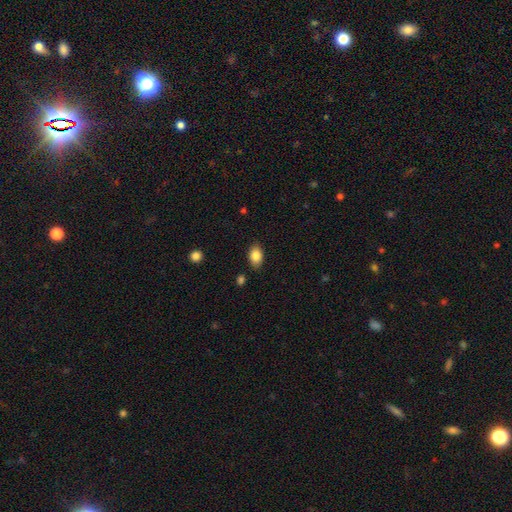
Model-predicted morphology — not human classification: smooth-or-featured: smooth: 85% | star or artifact: 8% | featured or disk: 7%
  how-rounded: in between: 86% | round: 12% | cigar-shaped: 2%
  merging: none: 86% | minor disturbance: 10% | major disturbance: 2% | merger: 2%